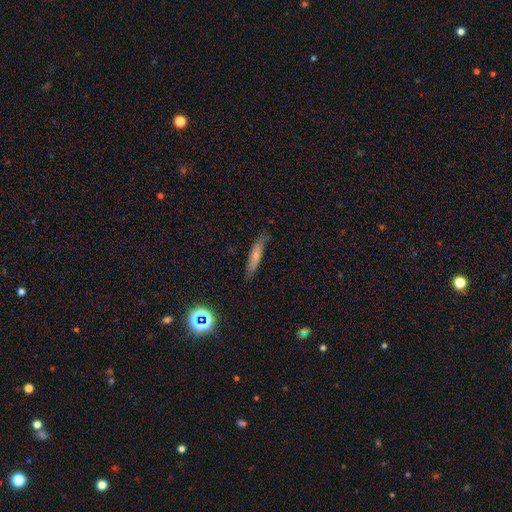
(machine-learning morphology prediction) Smooth or featured?
  - smooth: 63% *
  - featured or disk: 28%
  - star or artifact: 9%
How rounded?
  - cigar-shaped: 81% *
  - in between: 17%
  - round: 2%
Merging?
  - none: 76% *
  - minor disturbance: 19%
  - major disturbance: 4%
  - merger: 2%